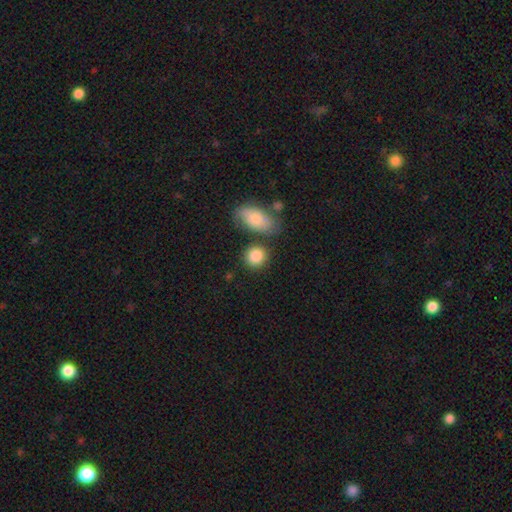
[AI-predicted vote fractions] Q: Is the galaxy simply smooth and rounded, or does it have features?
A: smooth — 88%.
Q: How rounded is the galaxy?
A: round — 71%.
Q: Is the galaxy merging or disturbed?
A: none — 68%.